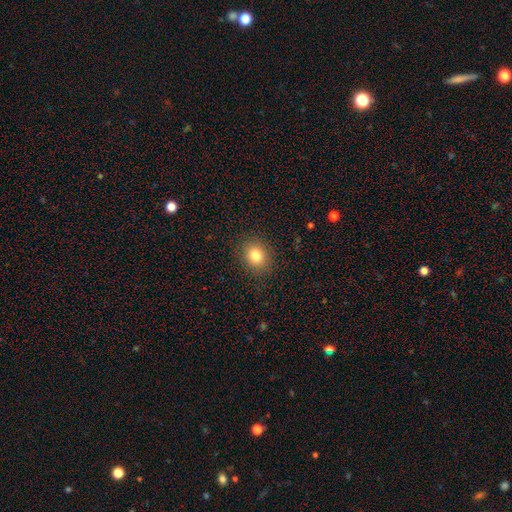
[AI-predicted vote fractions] Smooth or featured? Predicted: smooth (p=0.81). How rounded? Predicted: round (p=0.69). Merging? Predicted: none (p=0.88).